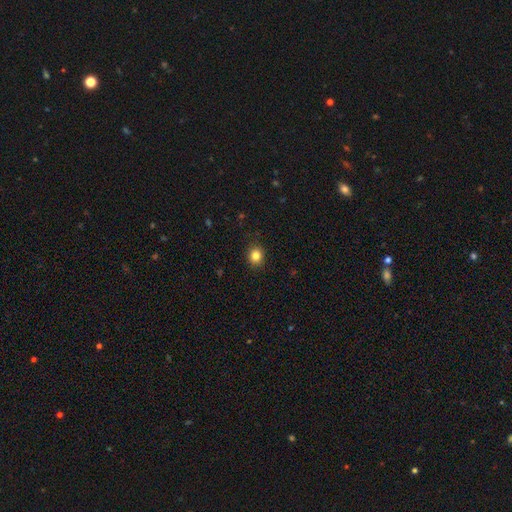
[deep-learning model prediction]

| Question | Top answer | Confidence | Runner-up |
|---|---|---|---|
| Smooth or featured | smooth | 83% | star or artifact (11%) |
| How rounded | round | 75% | in between (24%) |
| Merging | none | 90% | minor disturbance (7%) |